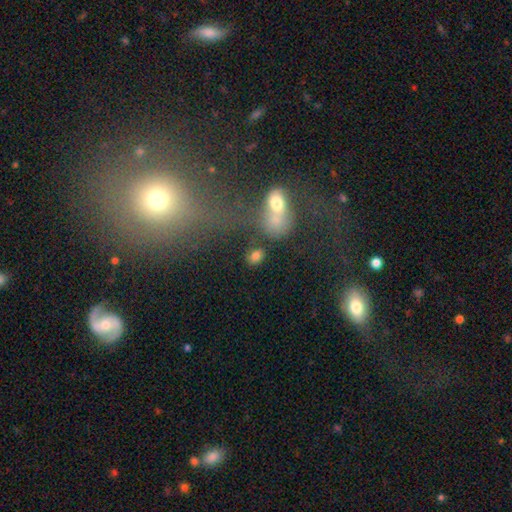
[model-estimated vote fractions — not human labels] Smooth or featured? Predicted: smooth (p=0.78). How rounded? Predicted: in between (p=0.66). Merging? Predicted: none (p=0.68).